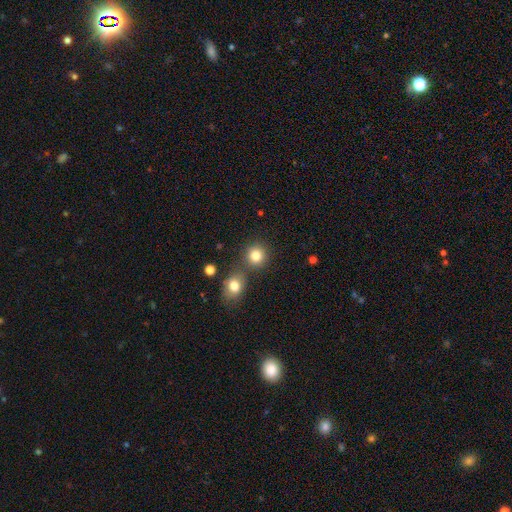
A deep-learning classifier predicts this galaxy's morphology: Smooth or featured? smooth (82%)
How rounded? round (89%)
Merging? none (71%)